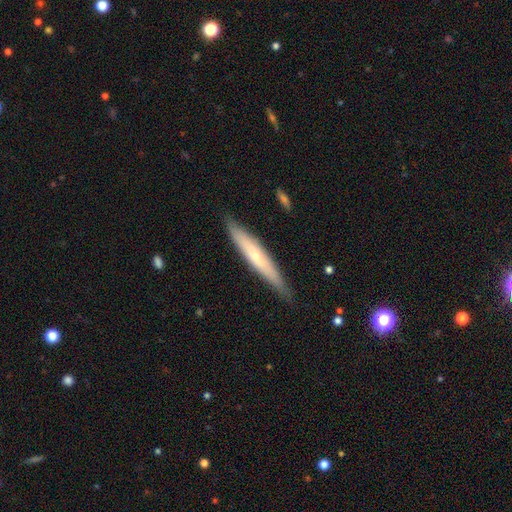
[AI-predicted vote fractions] A smooth galaxy with no disk features (48%). Merging: none (86%).